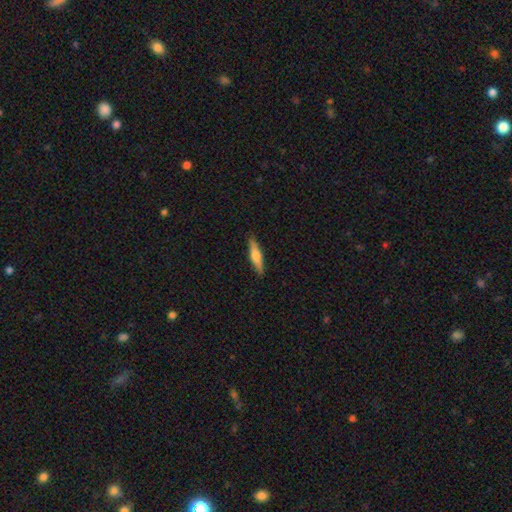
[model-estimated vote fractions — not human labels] Overall: smooth (49%; featured or disk 45%). Merging: none (90%).